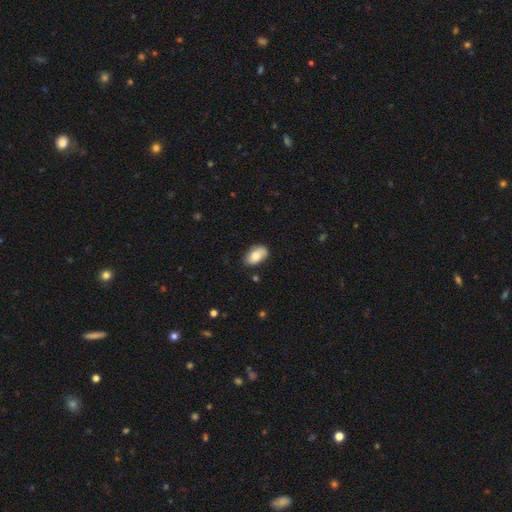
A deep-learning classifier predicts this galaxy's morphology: Smooth or featured: smooth — 79% (featured or disk — 14%)
How rounded: in between — 92% (round — 6%)
Merging: none — 76% (minor disturbance — 19%)